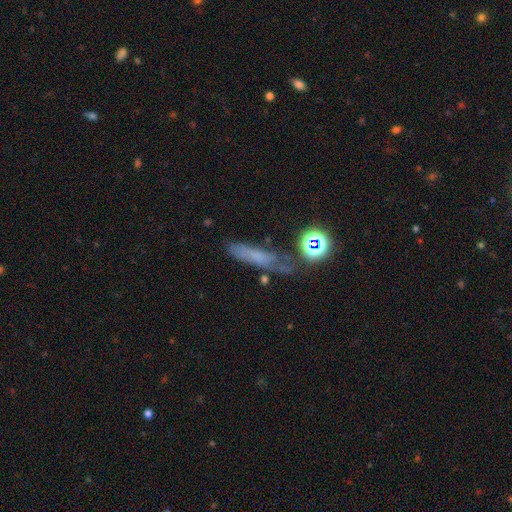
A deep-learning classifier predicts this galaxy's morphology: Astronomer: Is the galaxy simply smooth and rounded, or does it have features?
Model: smooth — 51%.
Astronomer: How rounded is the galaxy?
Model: cigar-shaped — 70%.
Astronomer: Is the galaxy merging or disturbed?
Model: none — 54%.